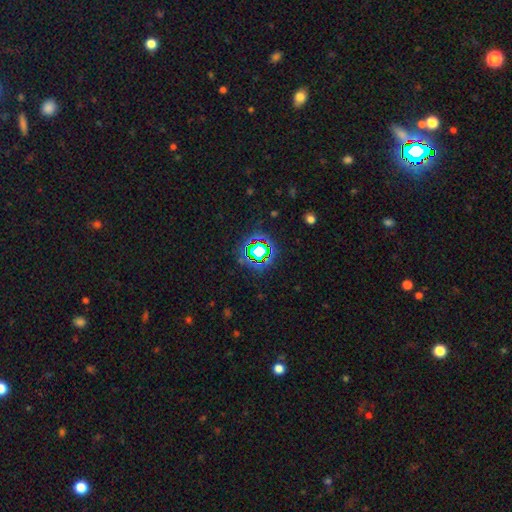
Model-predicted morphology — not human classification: Smooth or featured?
  - star or artifact: 75% *
  - smooth: 16%
  - featured or disk: 9%